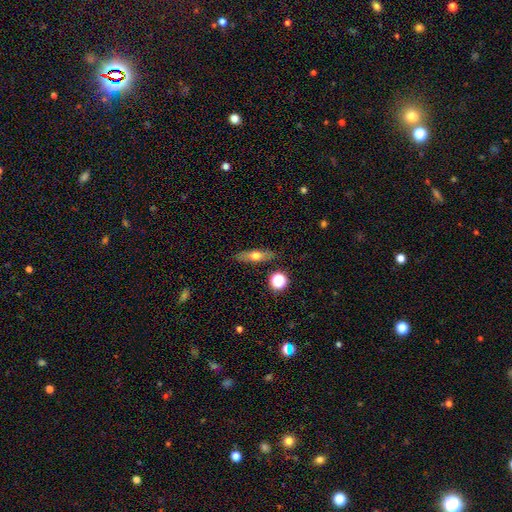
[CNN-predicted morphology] Smooth or featured? smooth (60%)
How rounded? cigar-shaped (48%)
Merging? none (85%)